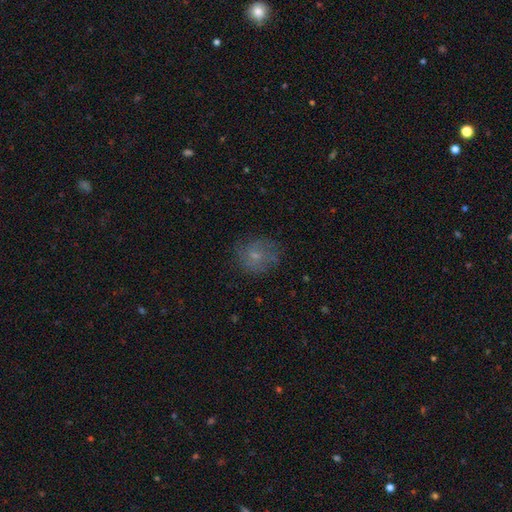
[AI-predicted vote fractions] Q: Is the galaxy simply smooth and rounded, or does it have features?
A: smooth — 53%.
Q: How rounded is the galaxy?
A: round — 74%.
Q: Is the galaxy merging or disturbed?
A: none — 70%.